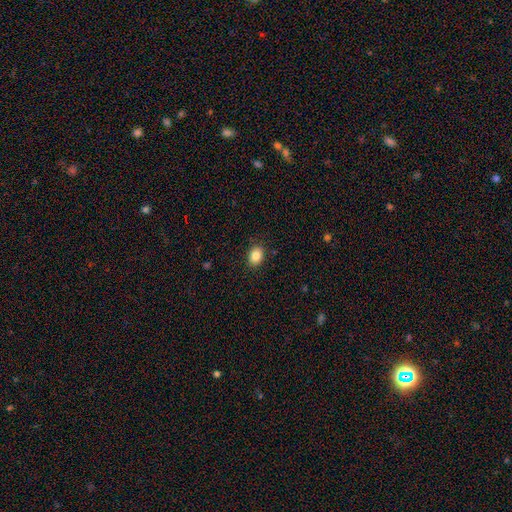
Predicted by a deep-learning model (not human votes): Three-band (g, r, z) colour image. It shows a smooth galaxy with no disk features (86%) that is in between round and cigar-shaped (66%). Merging: none (87%).